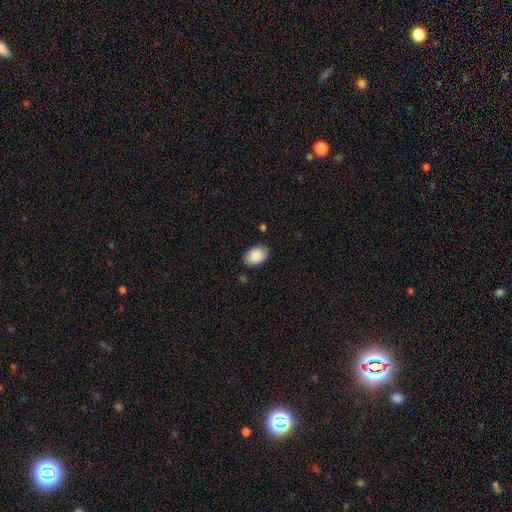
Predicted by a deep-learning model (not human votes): smooth 89%, star or artifact 6%, featured or disk 4%. Down the decision tree: how rounded — in between (88%); merging — none (83%).